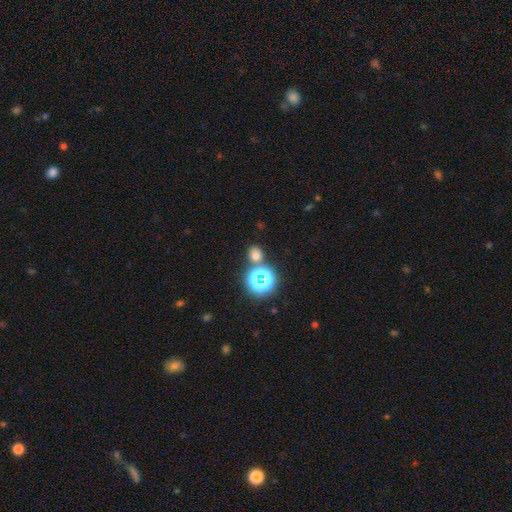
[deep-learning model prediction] Smooth or featured? Predicted: smooth (p=0.66). How rounded? Predicted: round (p=0.70). Merging? Predicted: none (p=0.76).